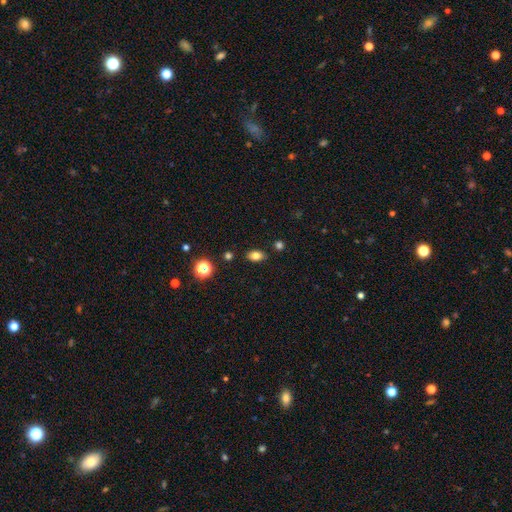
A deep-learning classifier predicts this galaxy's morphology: type=smooth (78%); roundness=in between (84%); merging=none (85%).